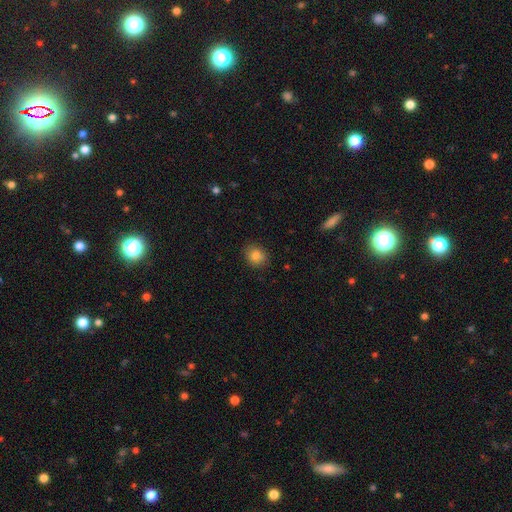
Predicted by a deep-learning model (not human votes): A smooth galaxy with no disk features (83%) that is round (67%).

Vote fractions:
- Smooth or featured? smooth: 83% / star or artifact: 10% / featured or disk: 6%
- How rounded? round: 67% / in between: 32% / cigar-shaped: 1%
- Merging? none: 85% / minor disturbance: 11% / major disturbance: 3% / merger: 1%